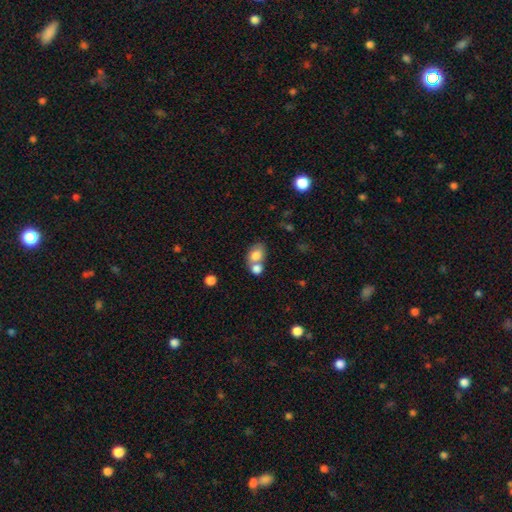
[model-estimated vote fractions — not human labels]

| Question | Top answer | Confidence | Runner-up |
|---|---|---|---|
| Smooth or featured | smooth | 78% | featured or disk (13%) |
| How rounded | in between | 71% | round (28%) |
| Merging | merger | 52% | none (34%) |